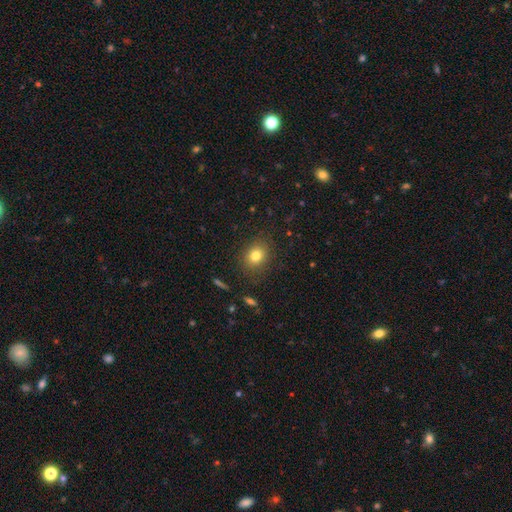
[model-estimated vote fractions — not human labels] Smooth or featured?
  - smooth: 79% *
  - star or artifact: 12%
  - featured or disk: 8%
How rounded?
  - round: 61% *
  - in between: 37%
  - cigar-shaped: 1%
Merging?
  - none: 86% *
  - minor disturbance: 9%
  - major disturbance: 3%
  - merger: 1%